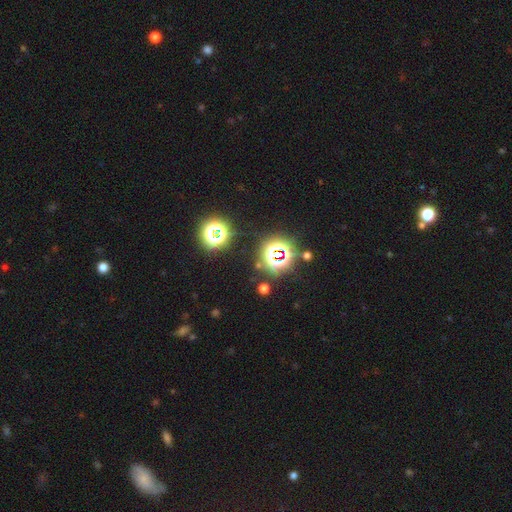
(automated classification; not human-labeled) A star or artifact, not a galaxy (81%).

Vote fractions:
- Smooth or featured? star or artifact: 81% / smooth: 12% / featured or disk: 6%